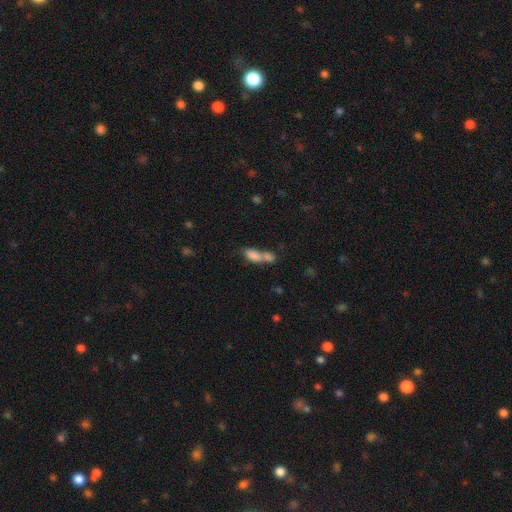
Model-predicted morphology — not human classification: This appears to be a smooth galaxy with no disk features (79%) that is in between round and cigar-shaped (81%). Merging: merger (66%).